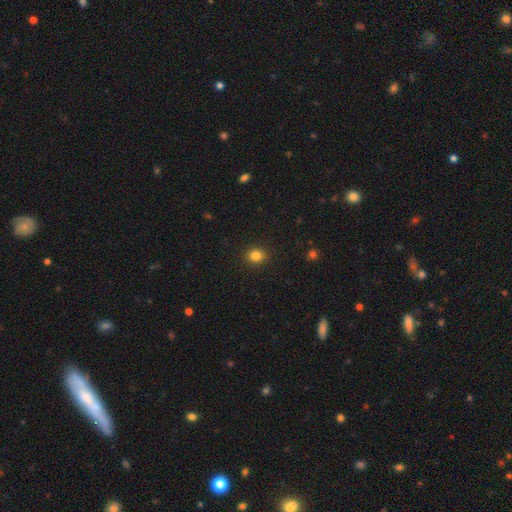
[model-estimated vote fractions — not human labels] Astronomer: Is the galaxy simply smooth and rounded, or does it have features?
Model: smooth — 83%.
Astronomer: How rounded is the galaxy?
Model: round — 73%.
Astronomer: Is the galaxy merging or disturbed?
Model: none — 91%.